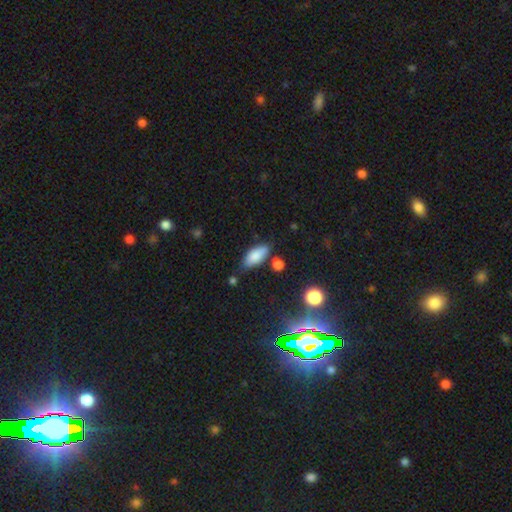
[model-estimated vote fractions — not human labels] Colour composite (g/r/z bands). It shows a smooth galaxy with no disk features (82%) that is in between round and cigar-shaped (81%). Merging: none (71%).